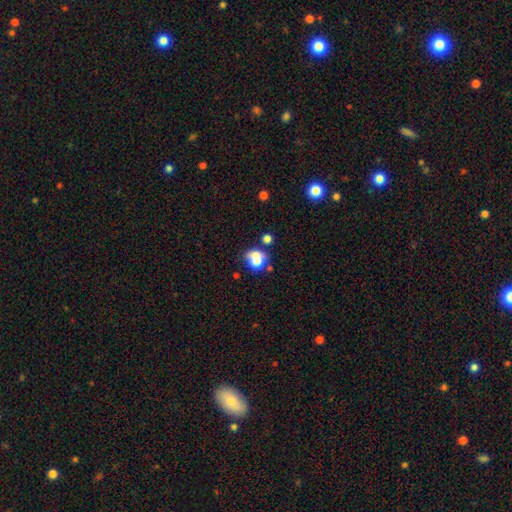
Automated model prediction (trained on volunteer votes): This appears to be a smooth galaxy with no disk features (67%) that is round (64%). Merging: merger (42%).